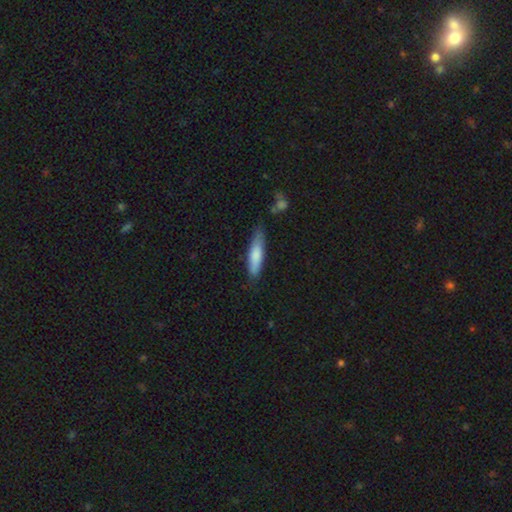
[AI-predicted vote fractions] Overall: smooth (78%). How rounded: cigar-shaped (75%). Merging: none (71%).